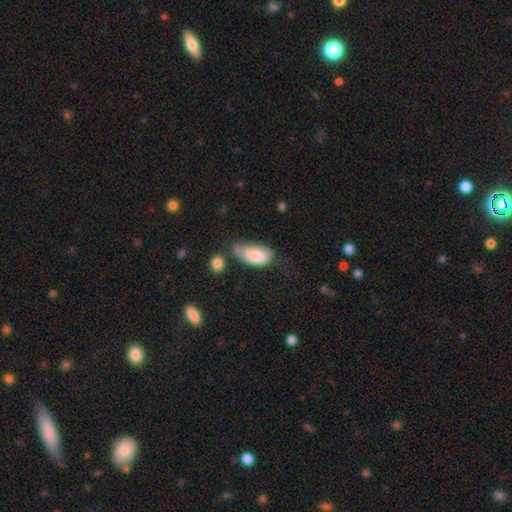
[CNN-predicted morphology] type=smooth (77%); roundness=in between (93%); merging=minor disturbance (36%).